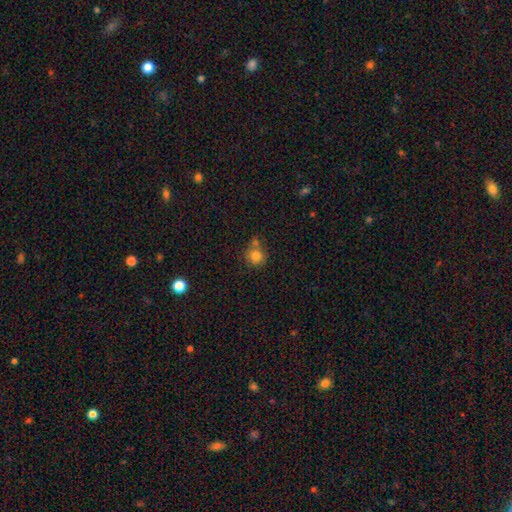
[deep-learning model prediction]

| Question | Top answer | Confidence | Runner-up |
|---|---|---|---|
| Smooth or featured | smooth | 80% | star or artifact (11%) |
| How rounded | round | 88% | in between (11%) |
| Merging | none | 56% | merger (25%) |